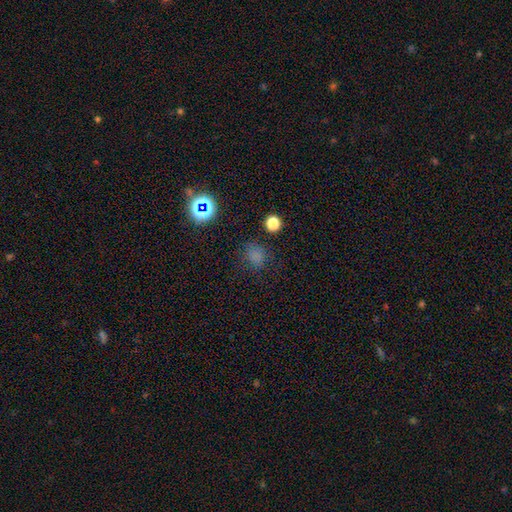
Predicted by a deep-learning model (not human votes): Smooth or featured: smooth — 67% (star or artifact — 27%)
How rounded: round — 72% (in between — 27%)
Merging: none — 78% (minor disturbance — 14%)